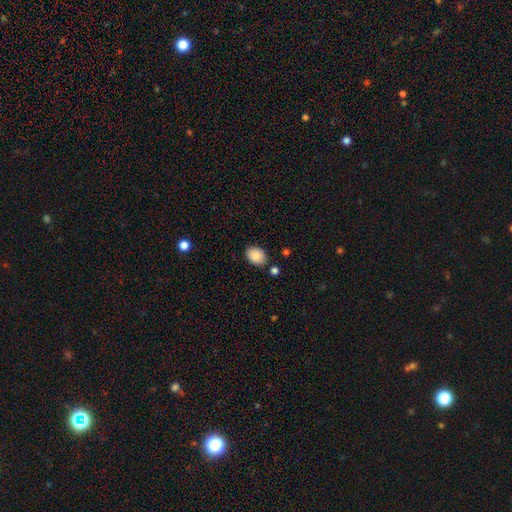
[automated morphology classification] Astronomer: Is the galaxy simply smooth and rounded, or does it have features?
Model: smooth — 88%.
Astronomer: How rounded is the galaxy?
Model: in between — 74%.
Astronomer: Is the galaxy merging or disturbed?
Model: none — 82%.